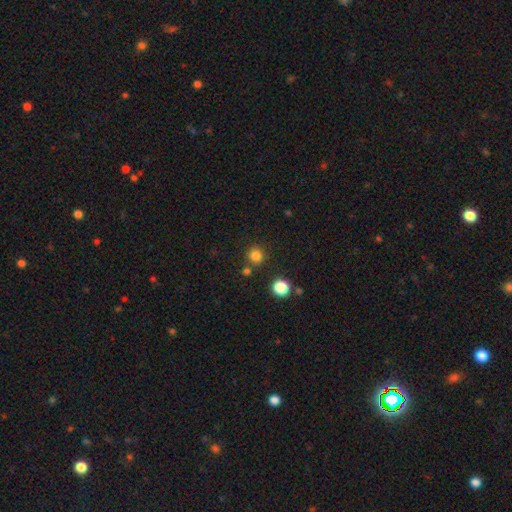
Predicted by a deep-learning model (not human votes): smooth_or_featured: smooth (p=0.81) [alt: star or artifact p=0.15]
how_rounded: round (p=0.93) [alt: in between p=0.06]
merging: none (p=0.83) [alt: merger p=0.07]